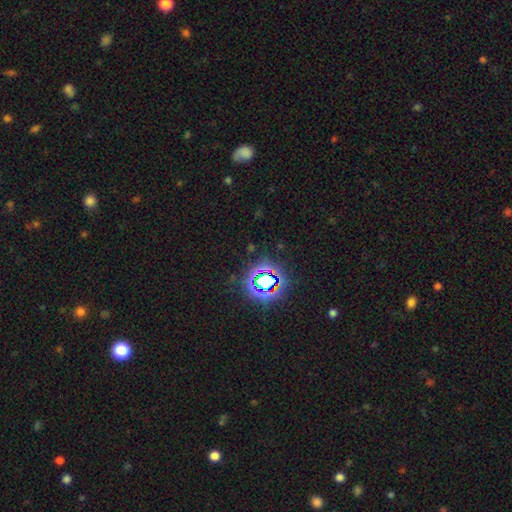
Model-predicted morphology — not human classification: Smooth or featured? star or artifact (79%)